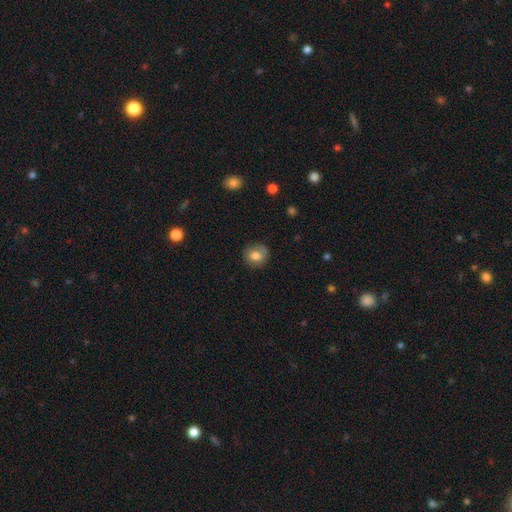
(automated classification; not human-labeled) Smooth or featured?
  - smooth: 78% *
  - featured or disk: 13%
  - star or artifact: 9%
How rounded?
  - round: 79% *
  - in between: 20%
  - cigar-shaped: 1%
Merging?
  - none: 78% *
  - minor disturbance: 17%
  - major disturbance: 4%
  - merger: 1%